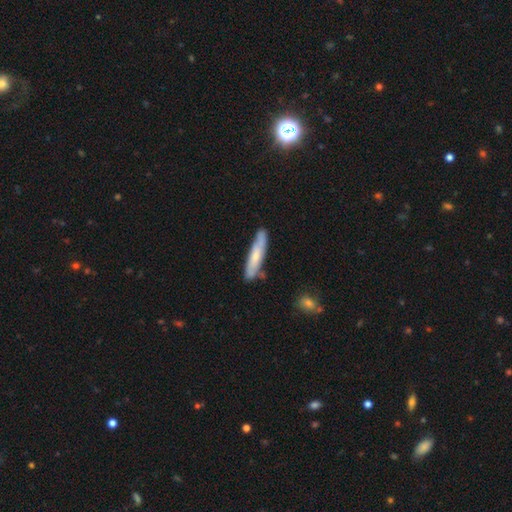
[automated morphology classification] smooth-or-featured: smooth: 57% | featured or disk: 37% | star or artifact: 6%
  how-rounded: cigar-shaped: 88% | in between: 11% | round: 1%
  merging: none: 77% | minor disturbance: 16% | merger: 4% | major disturbance: 3%